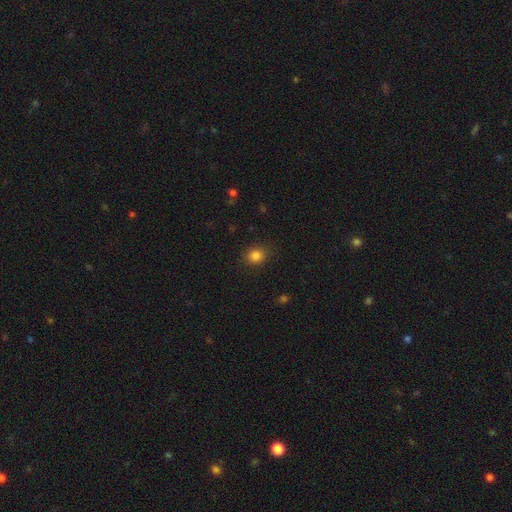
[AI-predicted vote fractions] smooth_or_featured: smooth (p=0.83) [alt: star or artifact p=0.12]
how_rounded: round (p=0.75) [alt: in between p=0.24]
merging: none (p=0.88) [alt: minor disturbance p=0.08]